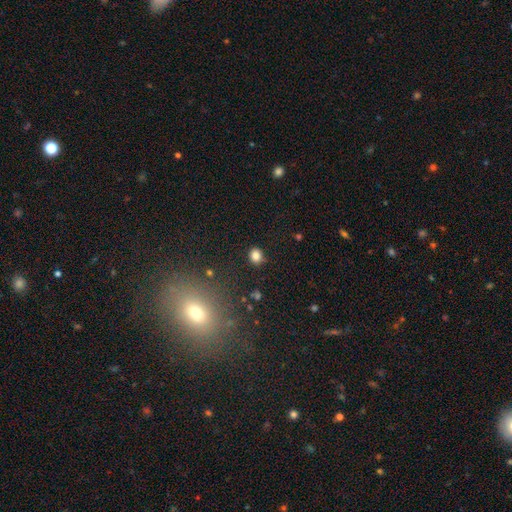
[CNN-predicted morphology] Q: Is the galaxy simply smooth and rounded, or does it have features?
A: smooth — 82%.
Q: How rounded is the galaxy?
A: round — 72%.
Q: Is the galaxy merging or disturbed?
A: none — 85%.